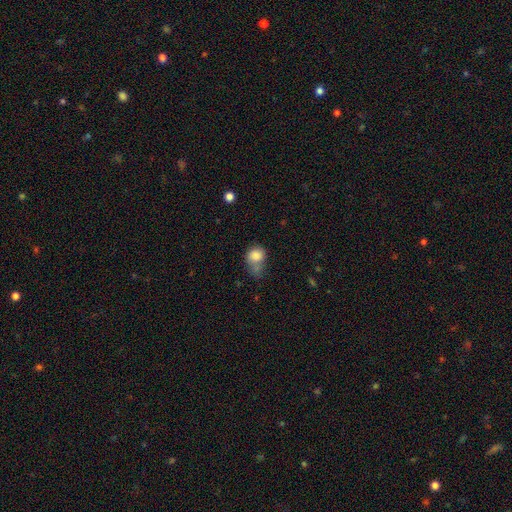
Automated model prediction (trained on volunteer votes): A smooth galaxy with no disk features (80%) that is round (57%).

Vote fractions:
- Smooth or featured? smooth: 80% / featured or disk: 10% / star or artifact: 9%
- How rounded? round: 57% / in between: 42% / cigar-shaped: 1%
- Merging? merger: 27% / none: 26% / minor disturbance: 23% / major disturbance: 23%